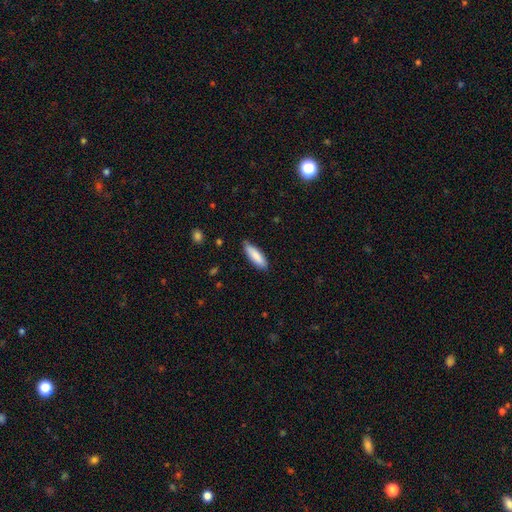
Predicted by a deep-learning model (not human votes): Smooth or featured: smooth — 86% (featured or disk — 8%)
How rounded: cigar-shaped — 56% (in between — 42%)
Merging: none — 83% (minor disturbance — 14%)